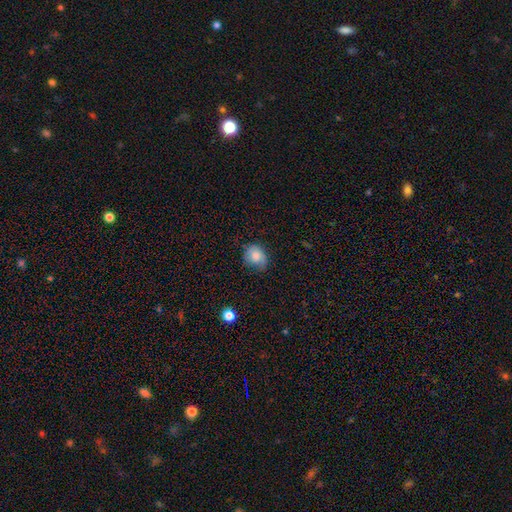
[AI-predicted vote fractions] smooth-or-featured: smooth: 79% | featured or disk: 13% | star or artifact: 9%
  how-rounded: round: 59% | in between: 40% | cigar-shaped: 1%
  merging: none: 56% | minor disturbance: 33% | major disturbance: 9% | merger: 1%